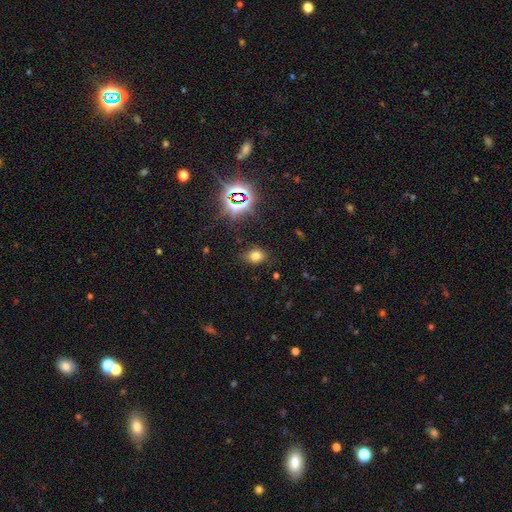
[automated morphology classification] This appears to be a smooth galaxy with no disk features (69%) that is in between round and cigar-shaped (65%). Merging: none (78%).